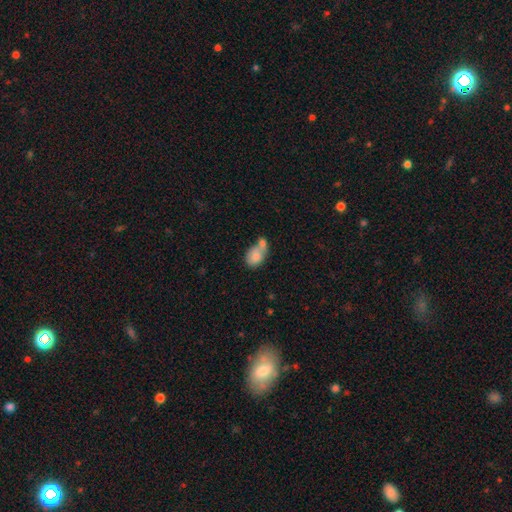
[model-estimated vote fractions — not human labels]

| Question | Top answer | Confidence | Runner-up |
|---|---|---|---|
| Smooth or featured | smooth | 78% | featured or disk (14%) |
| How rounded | in between | 71% | round (27%) |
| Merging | merger | 56% | none (26%) |